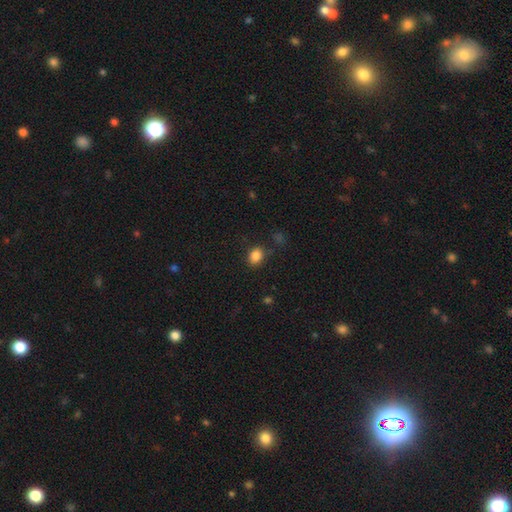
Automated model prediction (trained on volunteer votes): smooth_or_featured: smooth (p=0.85) [alt: star or artifact p=0.10]
how_rounded: in between (p=0.57) [alt: round p=0.42]
merging: none (p=0.81) [alt: minor disturbance p=0.13]